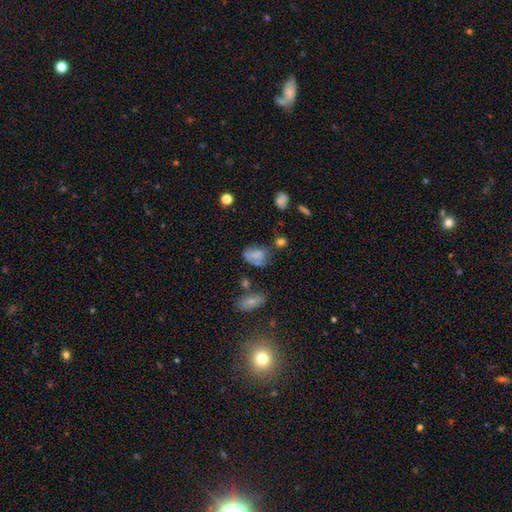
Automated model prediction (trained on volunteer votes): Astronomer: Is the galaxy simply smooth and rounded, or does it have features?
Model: smooth — 59%.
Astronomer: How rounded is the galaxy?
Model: in between — 70%.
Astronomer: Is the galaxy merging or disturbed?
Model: none — 45% (runner-up: minor disturbance, 27%).